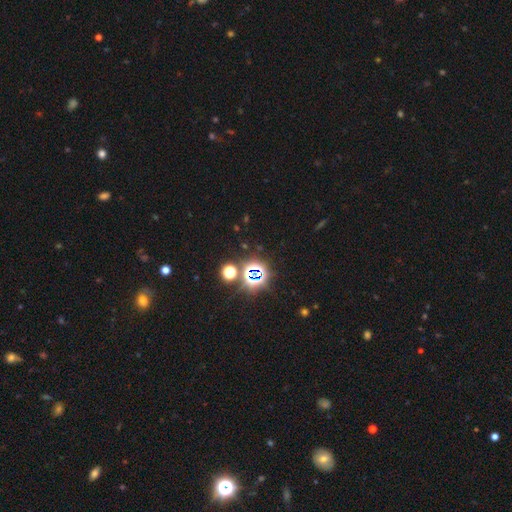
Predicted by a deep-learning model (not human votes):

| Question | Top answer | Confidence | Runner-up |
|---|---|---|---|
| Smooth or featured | star or artifact | 76% | smooth (16%) |